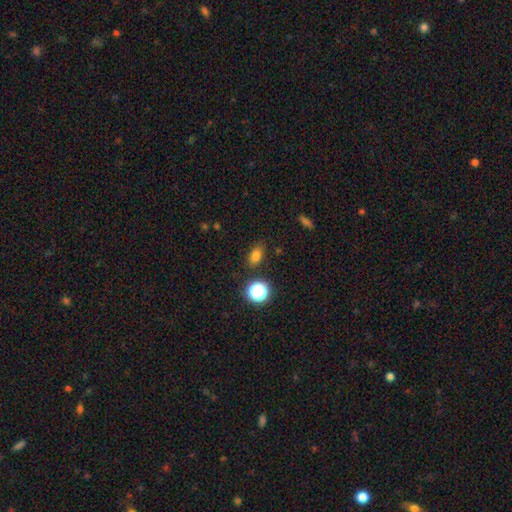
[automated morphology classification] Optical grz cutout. It shows a smooth galaxy with no disk features (78%) that is in between round and cigar-shaped (75%). Merging: none (81%).